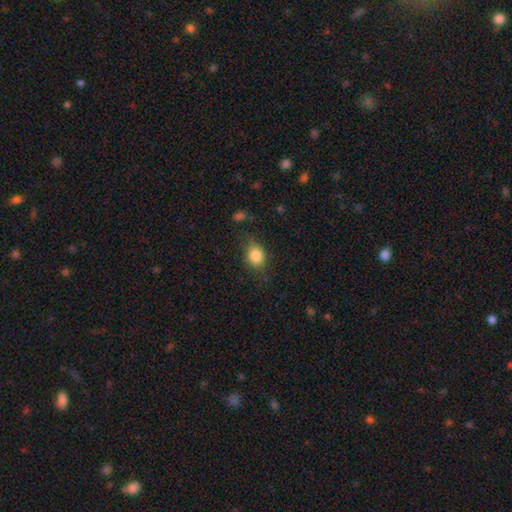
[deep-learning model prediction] Smooth or featured? Predicted: smooth (p=0.80). How rounded? Predicted: round (p=0.54). Merging? Predicted: none (p=0.66).